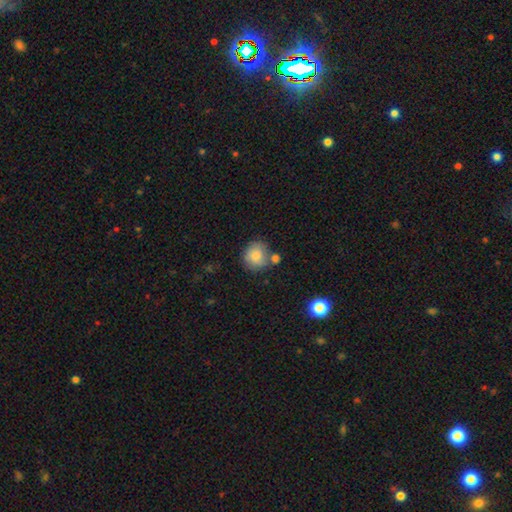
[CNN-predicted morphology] A smooth galaxy with no disk features (82%) that is round (87%). Merging: none (64%).